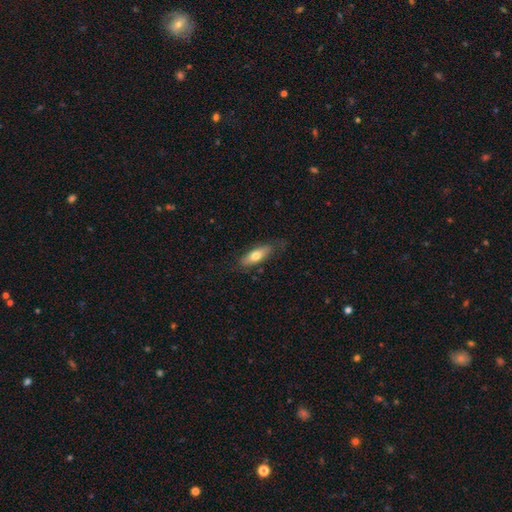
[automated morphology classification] This appears to be a smooth galaxy with no disk features (68%) that is in between round and cigar-shaped (61%). Merging: none (73%).